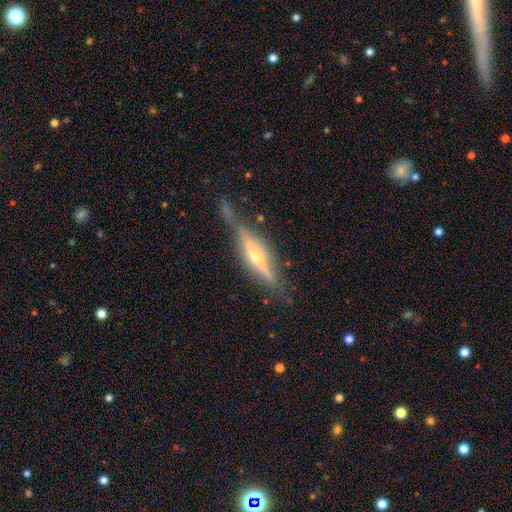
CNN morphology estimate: Smooth or featured? Predicted: featured or disk (p=0.77). Edge-on disk? Predicted: yes (p=0.95). Edge-on bulge? Predicted: rounded (p=0.77). Merging? Predicted: none (p=0.72).